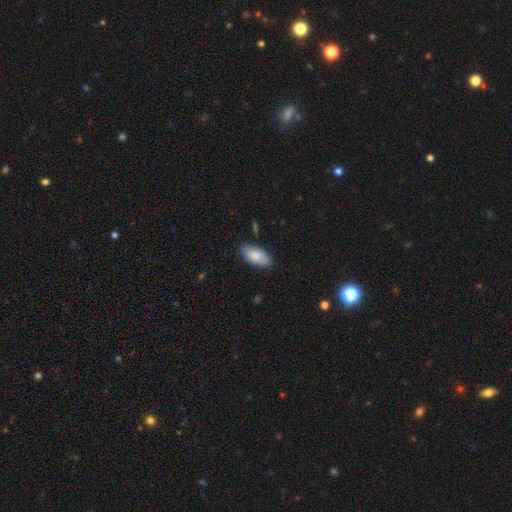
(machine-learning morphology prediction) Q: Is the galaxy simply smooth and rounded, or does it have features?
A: smooth — 83%.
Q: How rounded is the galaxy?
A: in between — 94%.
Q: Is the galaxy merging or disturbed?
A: none — 80%.